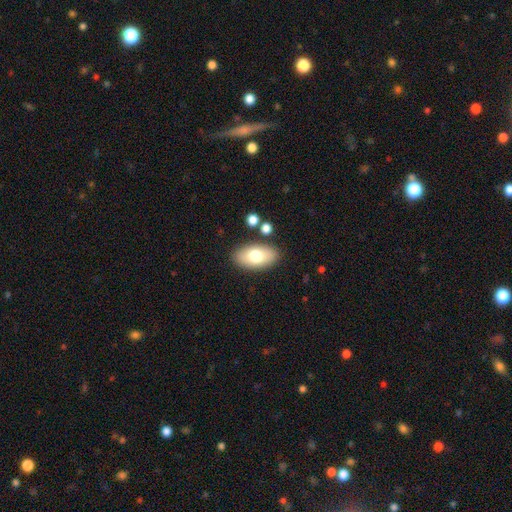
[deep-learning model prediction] This is likely a smooth galaxy (73%). How rounded: clearly in between (93%). Merging: clearly none (84%).